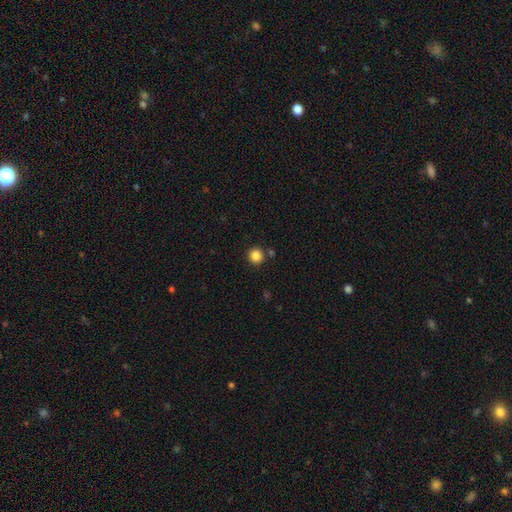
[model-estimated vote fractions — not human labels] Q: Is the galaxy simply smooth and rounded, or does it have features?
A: smooth — 86%.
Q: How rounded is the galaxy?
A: round — 93%.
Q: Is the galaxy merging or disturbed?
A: none — 86%.